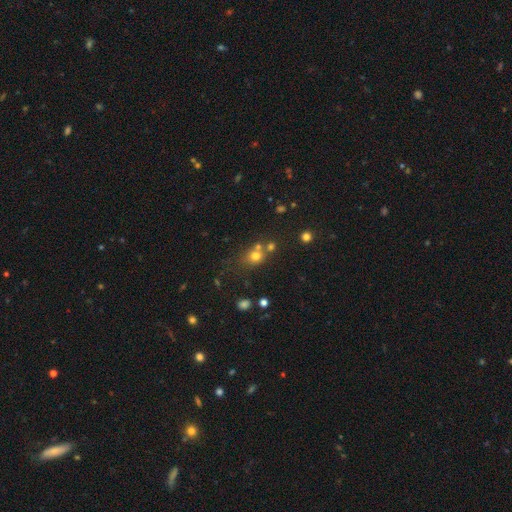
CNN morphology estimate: This is likely a smooth galaxy (71%). How rounded: likely round (76%). Merging: possibly none (54%).